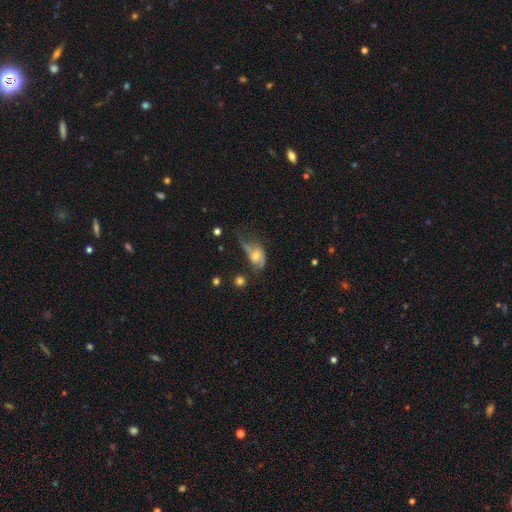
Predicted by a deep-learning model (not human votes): Smooth or featured? Predicted: featured or disk (p=0.49). Merging? Predicted: major disturbance (p=0.41).